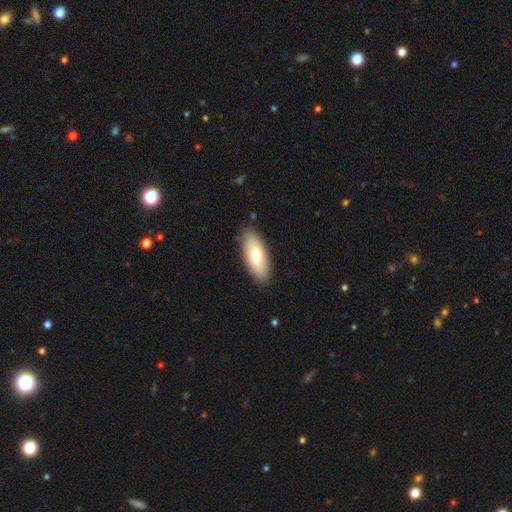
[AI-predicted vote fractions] smooth 69%, featured or disk 25%, star or artifact 6%. Down the decision tree: how rounded — in between (83%); merging — none (87%).